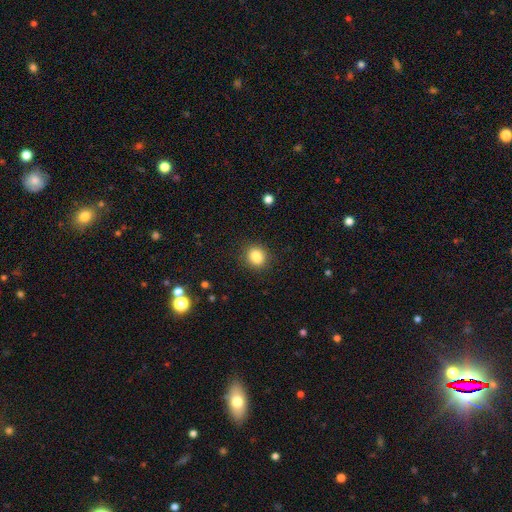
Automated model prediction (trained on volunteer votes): Smooth or featured?
  - smooth: 84% *
  - star or artifact: 10%
  - featured or disk: 5%
How rounded?
  - round: 66% *
  - in between: 33%
  - cigar-shaped: 1%
Merging?
  - none: 85% *
  - minor disturbance: 10%
  - major disturbance: 3%
  - merger: 2%